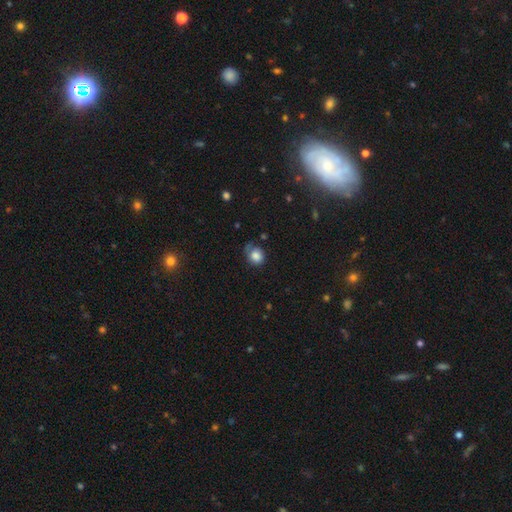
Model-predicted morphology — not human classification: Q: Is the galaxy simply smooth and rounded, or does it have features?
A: smooth — 81%.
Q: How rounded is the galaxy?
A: round — 67%.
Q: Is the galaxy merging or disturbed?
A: none — 51%.